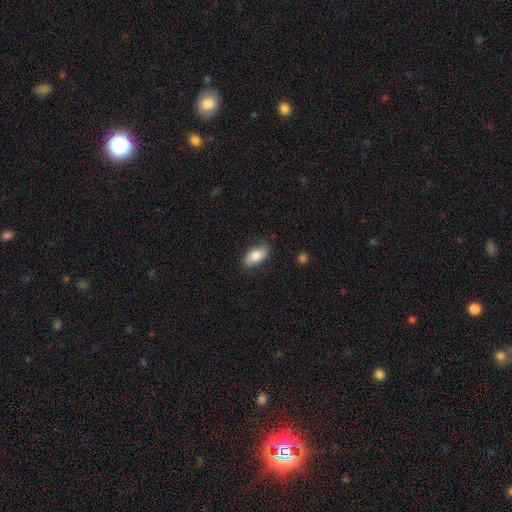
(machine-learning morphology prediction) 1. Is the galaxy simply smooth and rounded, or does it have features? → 78% smooth, 15% featured or disk, 6% star or artifact.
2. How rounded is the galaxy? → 90% in between, 6% cigar-shaped, 4% round.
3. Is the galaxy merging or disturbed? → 81% none, 14% minor disturbance, 3% major disturbance, 1% merger.